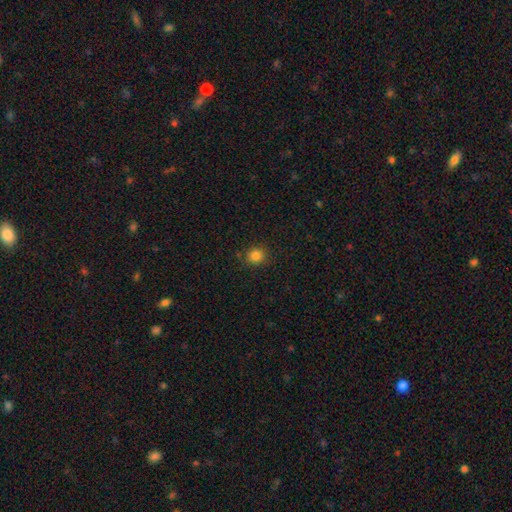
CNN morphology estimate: type=smooth (84%); roundness=round (87%); merging=none (86%).